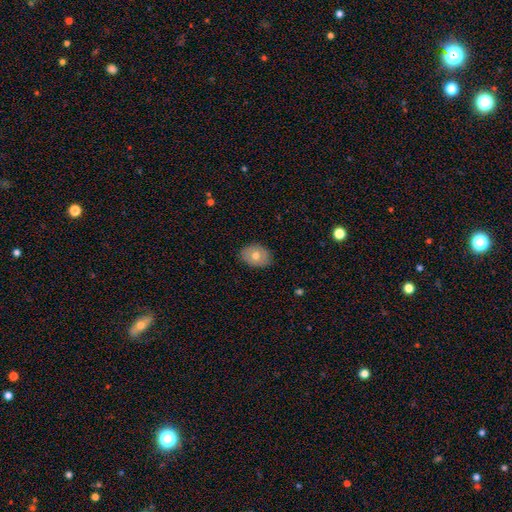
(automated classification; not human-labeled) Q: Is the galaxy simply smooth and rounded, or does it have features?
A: smooth — 69%.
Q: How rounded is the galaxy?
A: in between — 71%.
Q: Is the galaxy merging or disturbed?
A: none — 85%.